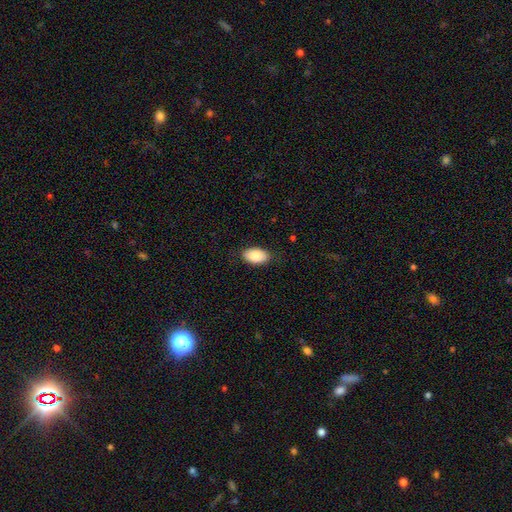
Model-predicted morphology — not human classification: Smooth or featured? Predicted: smooth (p=0.85). How rounded? Predicted: in between (p=0.94). Merging? Predicted: none (p=0.85).